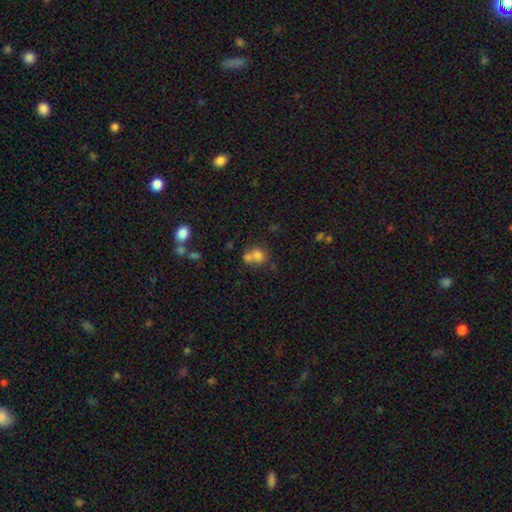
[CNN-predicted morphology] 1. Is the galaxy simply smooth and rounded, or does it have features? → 74% smooth, 13% featured or disk, 13% star or artifact.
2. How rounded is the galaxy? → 62% round, 37% in between, 1% cigar-shaped.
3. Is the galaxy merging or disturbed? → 53% merger, 32% none, 10% minor disturbance, 6% major disturbance.